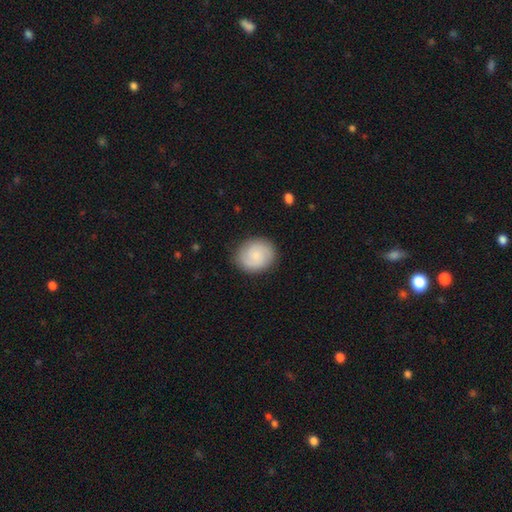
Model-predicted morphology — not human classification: Smooth or featured?
  - smooth: 53% *
  - featured or disk: 40%
  - star or artifact: 7%
How rounded?
  - round: 72% *
  - in between: 28%
  - cigar-shaped: 1%
Merging?
  - none: 86% *
  - minor disturbance: 10%
  - major disturbance: 3%
  - merger: 1%